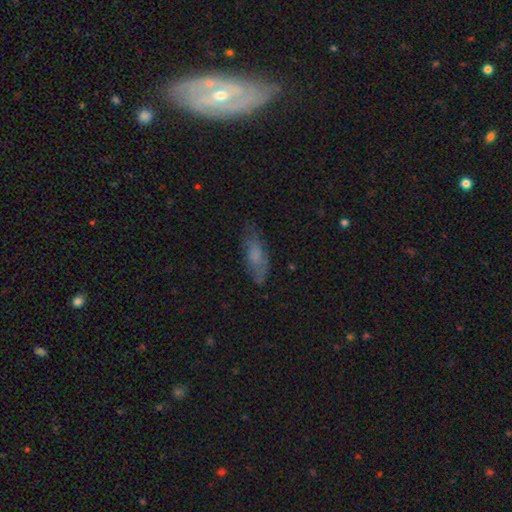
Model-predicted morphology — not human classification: Q: Smooth or featured?
A: smooth (61%); runner-up: featured or disk (30%)
Q: How rounded?
A: in between (61%); runner-up: cigar-shaped (37%)
Q: Merging?
A: none (68%); runner-up: minor disturbance (22%)